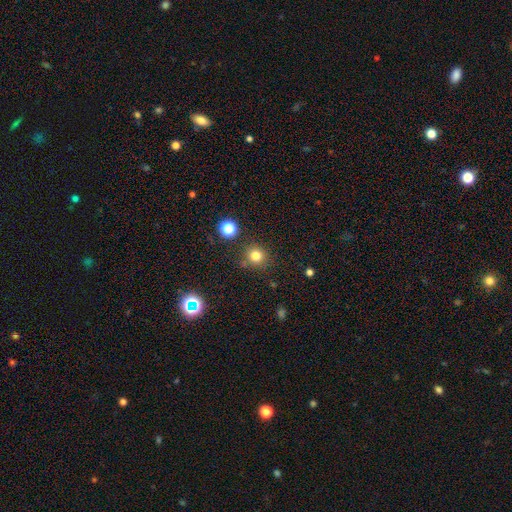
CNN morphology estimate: Smooth or featured? Predicted: smooth (p=0.79). How rounded? Predicted: round (p=0.89). Merging? Predicted: none (p=0.81).